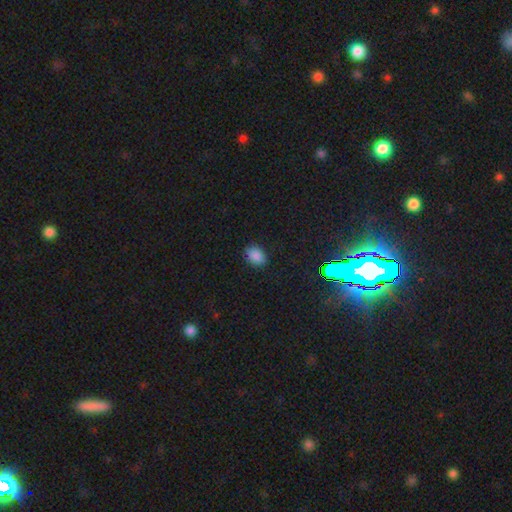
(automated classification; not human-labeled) This appears to be a smooth galaxy with no disk features (85%) that is in between round and cigar-shaped (71%). Merging: none (85%).